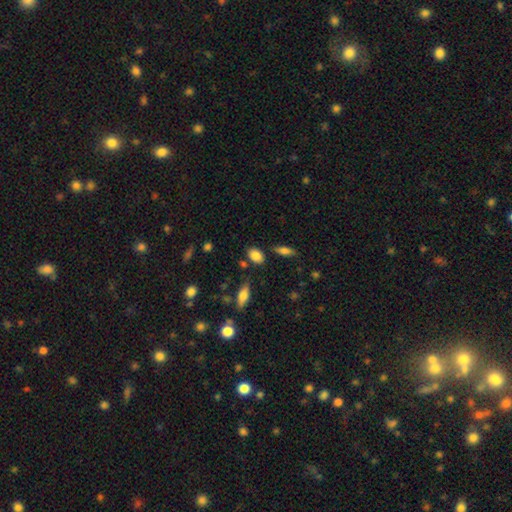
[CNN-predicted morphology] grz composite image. It shows a smooth galaxy with no disk features (84%) that is in between round and cigar-shaped (81%). Merging: none (77%).